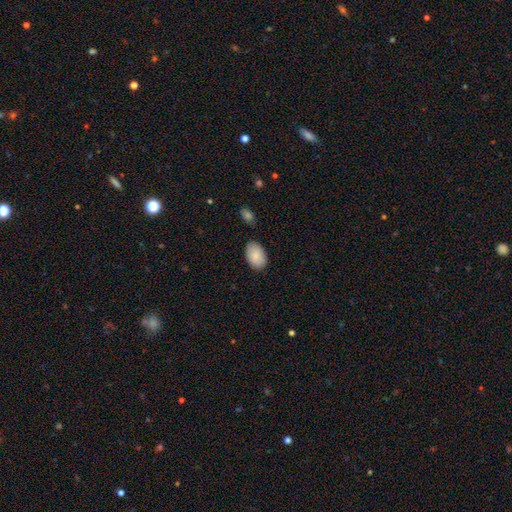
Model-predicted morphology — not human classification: smooth_or_featured: smooth (p=0.89) [alt: star or artifact p=0.06]
how_rounded: in between (p=0.92) [alt: round p=0.07]
merging: none (p=0.79) [alt: minor disturbance p=0.15]